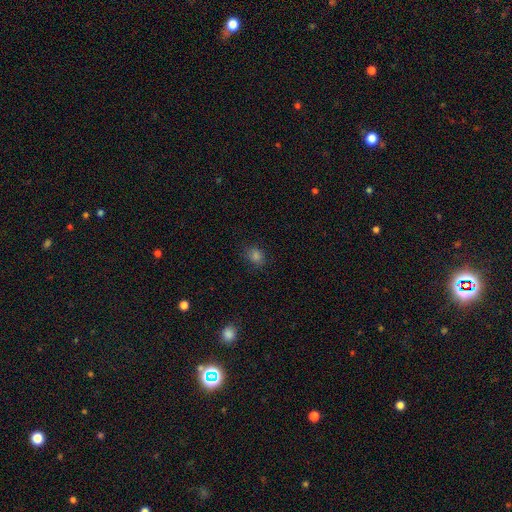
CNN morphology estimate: Smooth or featured: smooth — 79% (star or artifact — 16%)
How rounded: round — 56% (in between — 43%)
Merging: none — 83% (minor disturbance — 13%)